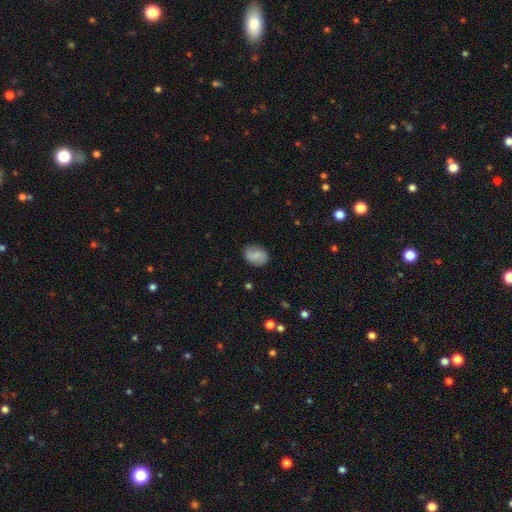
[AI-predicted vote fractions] The model was most divided on "how rounded": in between: 71%, round: 28%, cigar-shaped: 1%. More confident: smooth or featured — smooth (81%); merging — none (81%).